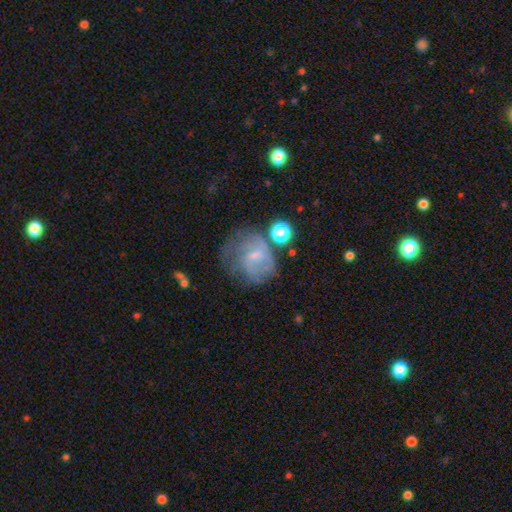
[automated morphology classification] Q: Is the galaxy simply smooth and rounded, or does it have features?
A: featured or disk — 54%.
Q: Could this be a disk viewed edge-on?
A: no — 97%.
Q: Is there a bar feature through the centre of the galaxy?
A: weak — 48%.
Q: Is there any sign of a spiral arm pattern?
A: yes — 64%.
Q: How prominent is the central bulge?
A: small — 51%.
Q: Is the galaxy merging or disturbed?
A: none — 40%.